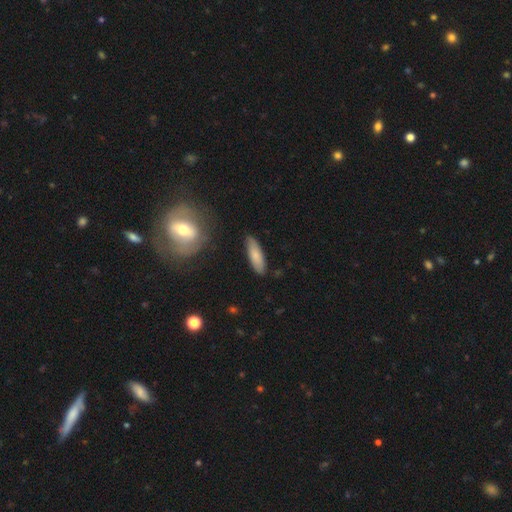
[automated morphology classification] Overall: smooth (78%). How rounded: cigar-shaped (54%; in between 44%). Merging: none (84%).